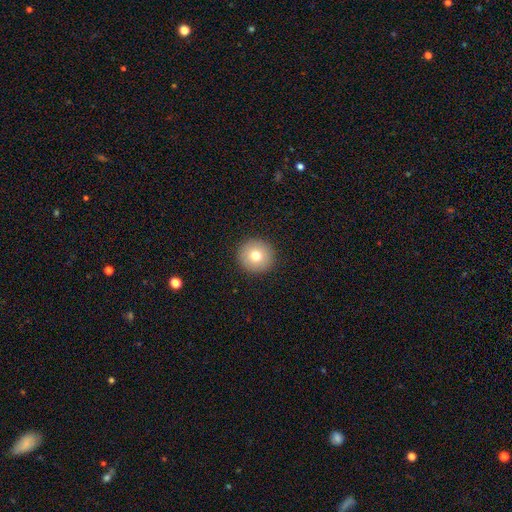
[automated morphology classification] smooth_or_featured: smooth (p=0.75) [alt: featured or disk p=0.14]
how_rounded: round (p=0.95) [alt: in between p=0.04]
merging: none (p=0.93) [alt: minor disturbance p=0.05]